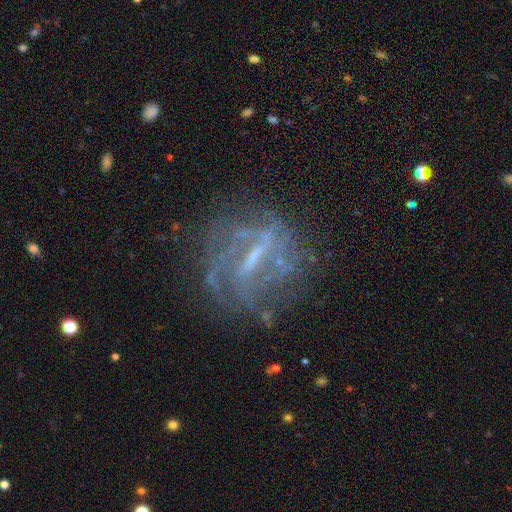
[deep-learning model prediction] Q: Smooth or featured?
A: featured or disk (78%); runner-up: star or artifact (12%)
Q: Edge-on disk?
A: no (91%); runner-up: yes (9%)
Q: Bar?
A: strong (56%); runner-up: weak (32%)
Q: Spiral arms?
A: yes (73%); runner-up: no (27%)
Q: Spiral winding?
A: tight (45%); runner-up: medium (35%)
Q: Spiral arm count?
A: can't tell (48%); runner-up: 2 (24%)
Q: Bulge size?
A: small (43%); runner-up: none (31%)
Q: Merging?
A: none (66%); runner-up: minor disturbance (16%)